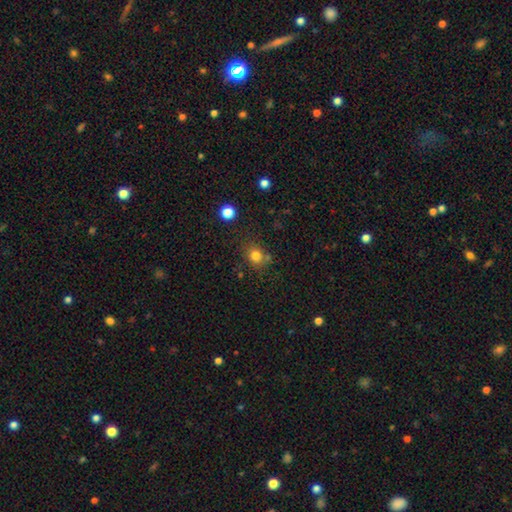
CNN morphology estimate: smooth 80%, star or artifact 13%, featured or disk 7%. Down the decision tree: how rounded — round (70%); merging — none (71%).